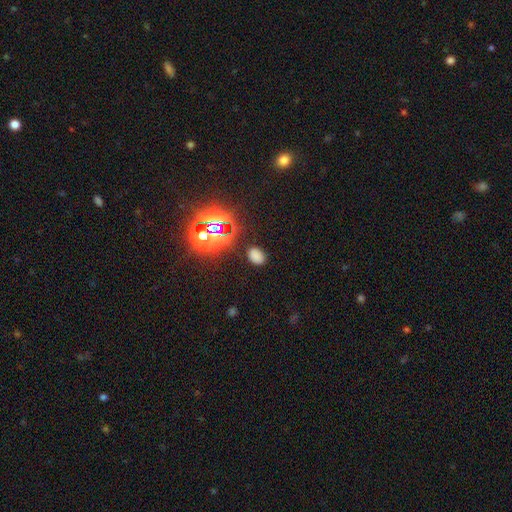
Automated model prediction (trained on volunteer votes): Q: Smooth or featured?
A: smooth (68%); runner-up: star or artifact (26%)
Q: How rounded?
A: in between (77%); runner-up: round (22%)
Q: Merging?
A: none (84%); runner-up: minor disturbance (10%)